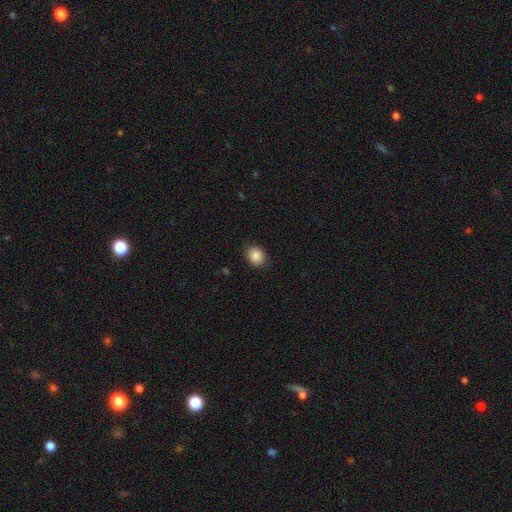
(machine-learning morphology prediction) smooth 87%, star or artifact 9%, featured or disk 4%. Down the decision tree: how rounded — round (52%); merging — none (87%).